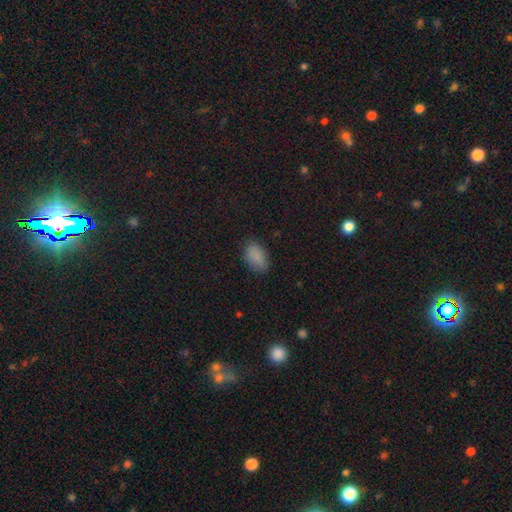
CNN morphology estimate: Overall: smooth (86%). How rounded: in between (92%). Merging: none (78%).